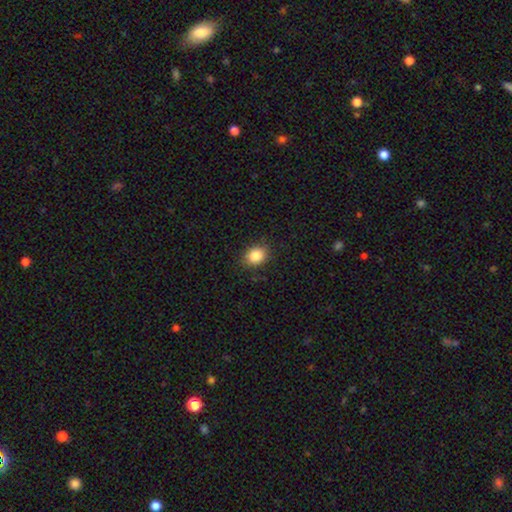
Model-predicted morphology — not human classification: smooth 85%, star or artifact 9%, featured or disk 6%. Down the decision tree: how rounded — round (50%); merging — none (85%).